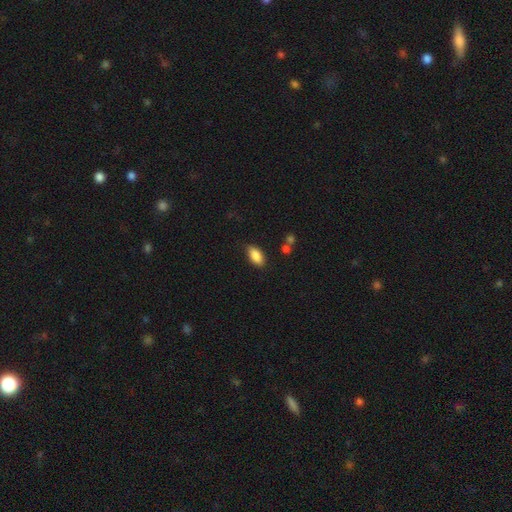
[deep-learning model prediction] Smooth or featured: smooth — 87% (star or artifact — 7%)
How rounded: in between — 91% (cigar-shaped — 5%)
Merging: none — 76% (minor disturbance — 18%)